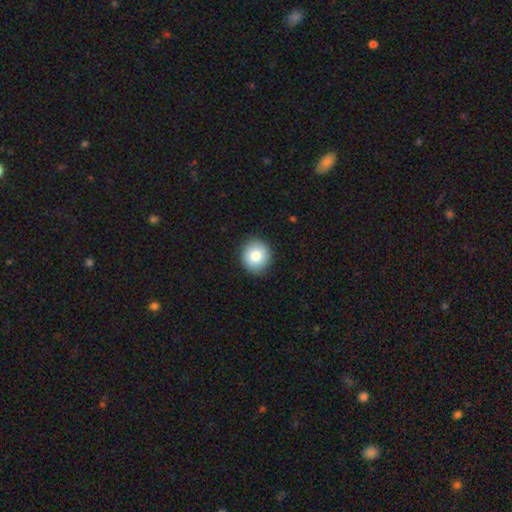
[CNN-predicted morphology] Smooth or featured? smooth (82%)
How rounded? round (88%)
Merging? none (91%)